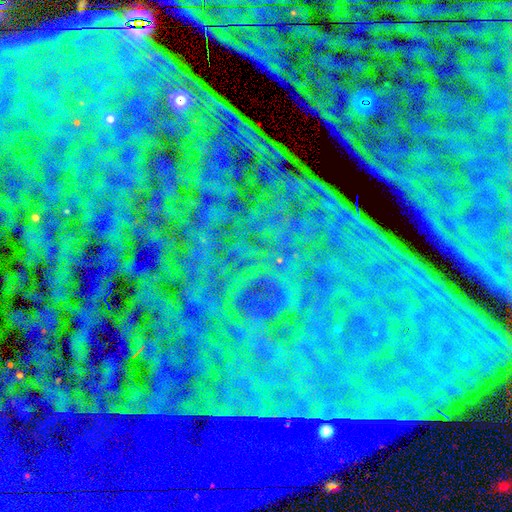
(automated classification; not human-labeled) Q: Smooth or featured?
A: star or artifact (87%); runner-up: featured or disk (7%)